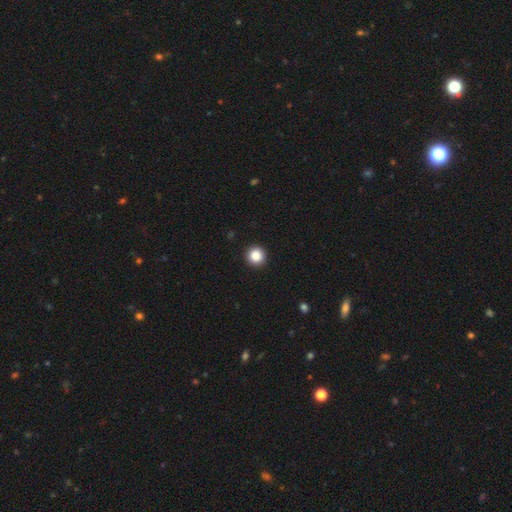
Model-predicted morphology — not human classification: A smooth galaxy with no disk features (86%) that is round (95%).

Vote fractions:
- Smooth or featured? smooth: 86% / star or artifact: 10% / featured or disk: 3%
- How rounded? round: 95% / in between: 4% / cigar-shaped: 1%
- Merging? none: 93% / minor disturbance: 4% / major disturbance: 2% / merger: 1%